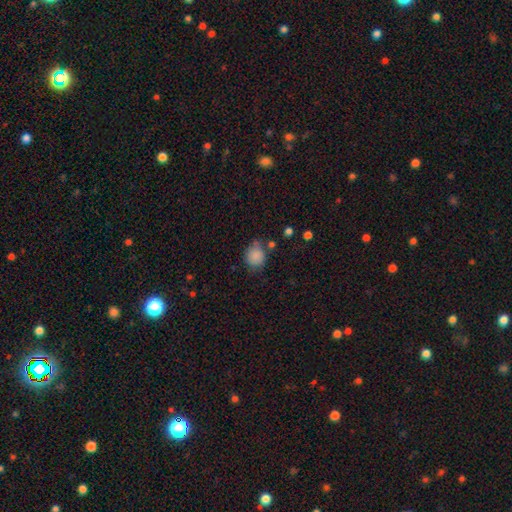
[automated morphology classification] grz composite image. It shows a smooth galaxy with no disk features (85%) that is round (74%). Merging: none (66%).